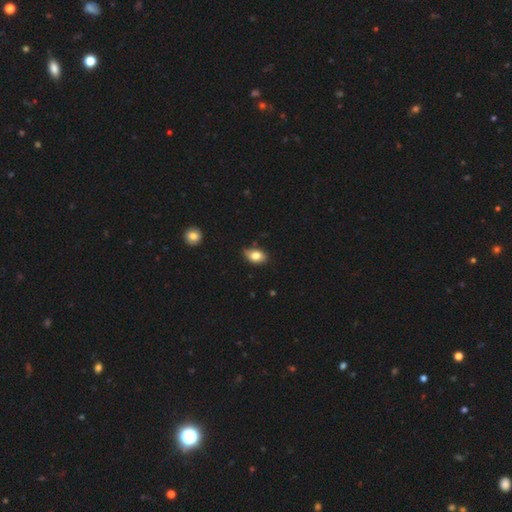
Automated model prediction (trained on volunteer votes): Smooth or featured?
  - smooth: 82% *
  - featured or disk: 10%
  - star or artifact: 8%
How rounded?
  - in between: 86% *
  - round: 13%
  - cigar-shaped: 2%
Merging?
  - none: 74% *
  - minor disturbance: 21%
  - major disturbance: 3%
  - merger: 2%